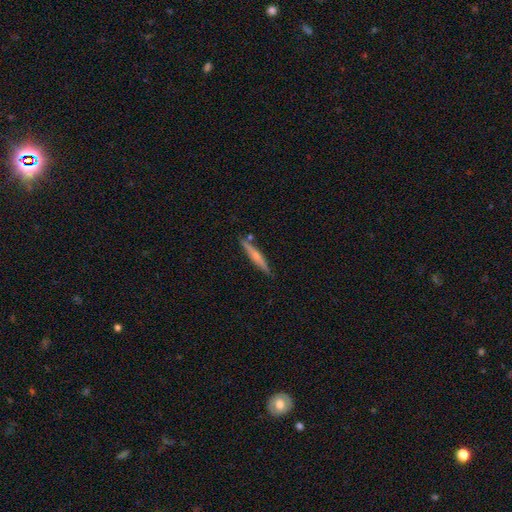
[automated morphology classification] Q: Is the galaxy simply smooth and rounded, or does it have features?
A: featured or disk — 48%.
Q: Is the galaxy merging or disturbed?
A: none — 84%.